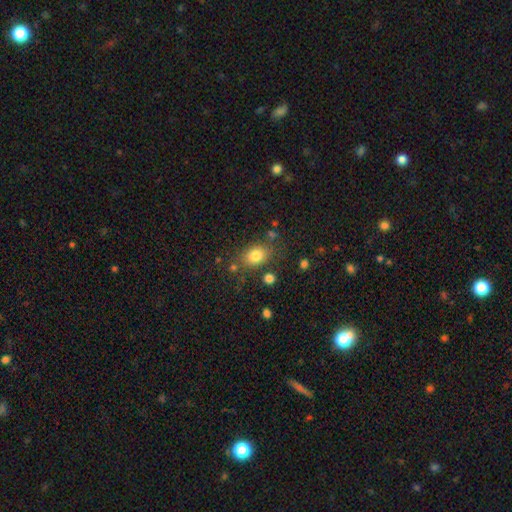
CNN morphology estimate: Smooth or featured? Predicted: smooth (p=0.80). How rounded? Predicted: in between (p=0.68). Merging? Predicted: none (p=0.75).